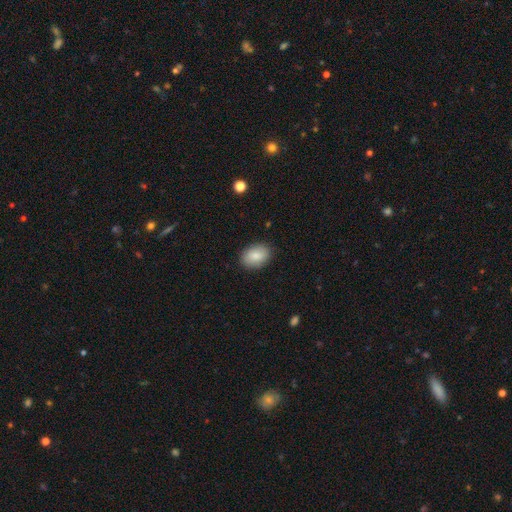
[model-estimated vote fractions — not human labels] Q: Smooth or featured?
A: smooth (86%); runner-up: featured or disk (7%)
Q: How rounded?
A: in between (81%); runner-up: round (18%)
Q: Merging?
A: none (87%); runner-up: minor disturbance (9%)